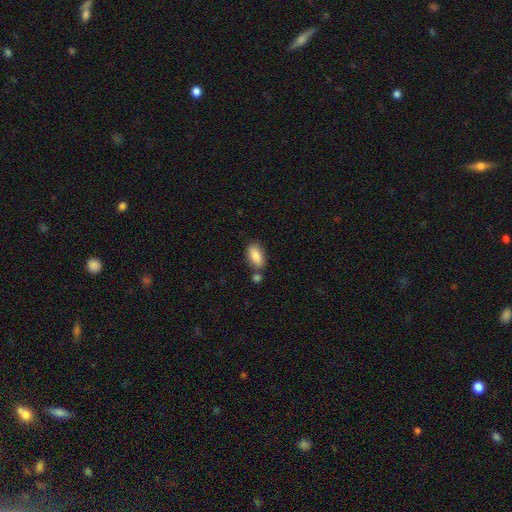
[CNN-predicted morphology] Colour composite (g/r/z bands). It shows a smooth galaxy with no disk features (86%) that is in between round and cigar-shaped (91%). Merging: none (70%).